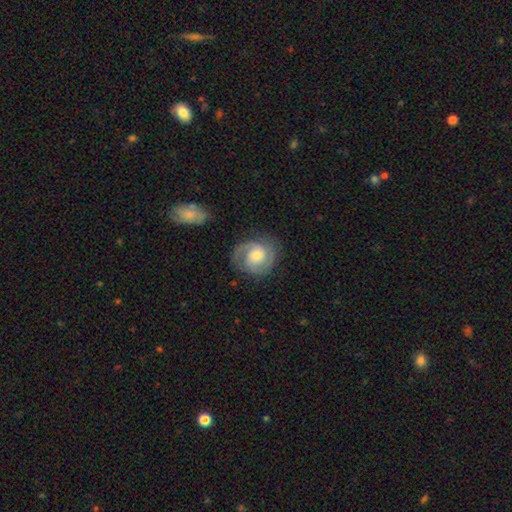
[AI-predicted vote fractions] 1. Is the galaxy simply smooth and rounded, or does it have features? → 76% featured or disk, 18% smooth, 6% star or artifact.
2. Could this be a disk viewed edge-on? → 98% no, 2% yes.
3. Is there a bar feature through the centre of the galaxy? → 58% no, 35% weak, 7% strong.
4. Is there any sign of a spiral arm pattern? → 95% yes, 5% no.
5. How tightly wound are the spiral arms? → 52% tight, 38% medium, 10% loose.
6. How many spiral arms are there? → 79% 2, 9% can't tell, 5% 1, 4% 3, 2% 4, 1% more than 4.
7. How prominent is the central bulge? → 53% moderate, 33% small, 10% large, 3% none, 2% dominant.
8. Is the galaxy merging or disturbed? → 77% none, 15% minor disturbance, 6% major disturbance, 2% merger.